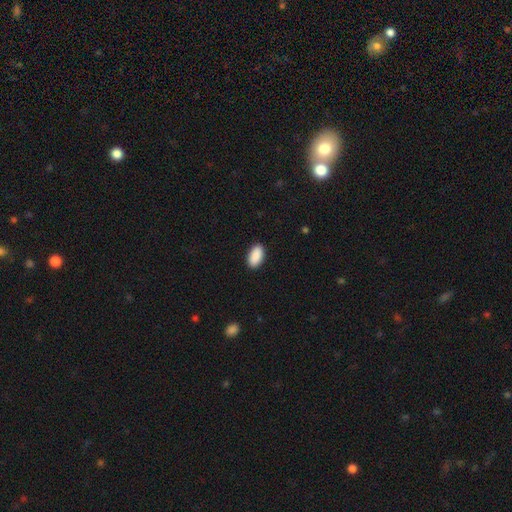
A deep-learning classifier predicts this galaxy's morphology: Smooth or featured? Predicted: smooth (p=0.91). How rounded? Predicted: in between (p=0.94). Merging? Predicted: none (p=0.90).